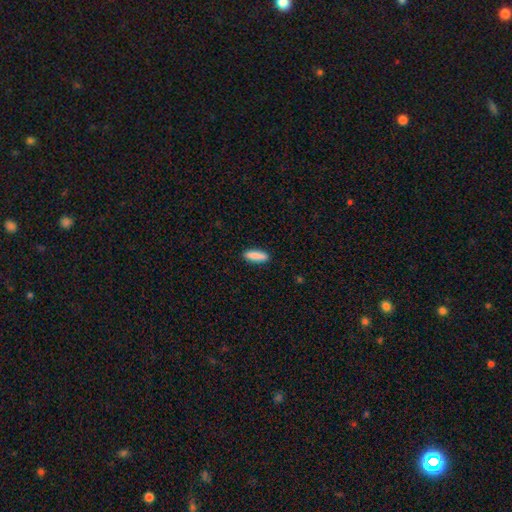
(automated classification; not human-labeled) A smooth galaxy with no disk features (88%) that is cigar-shaped (57%). Merging: none (89%).